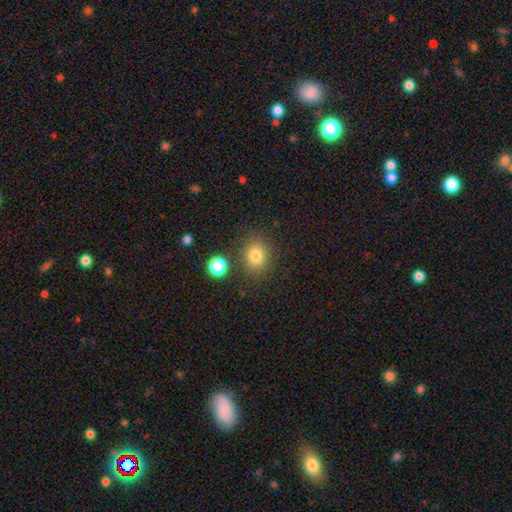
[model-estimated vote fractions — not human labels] Smooth or featured? smooth (81%)
How rounded? round (69%)
Merging? none (80%)